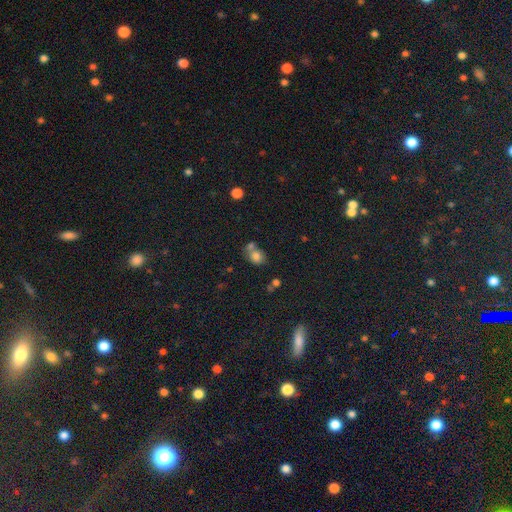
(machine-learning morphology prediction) smooth-or-featured: smooth: 75% | star or artifact: 15% | featured or disk: 10%
  how-rounded: round: 59% | in between: 40% | cigar-shaped: 1%
  merging: none: 42% (tied) | merger: 42% (tied) | minor disturbance: 12% | major disturbance: 5%